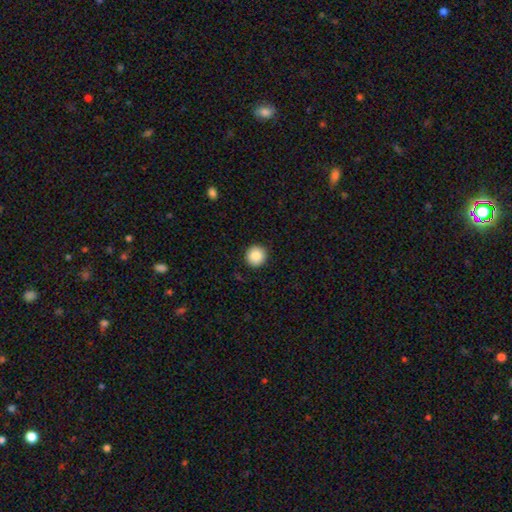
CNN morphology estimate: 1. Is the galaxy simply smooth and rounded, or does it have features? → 87% smooth, 8% star or artifact, 4% featured or disk.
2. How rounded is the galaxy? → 95% round, 4% in between, 1% cigar-shaped.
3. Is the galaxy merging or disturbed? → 92% none, 5% minor disturbance, 2% major disturbance, 1% merger.